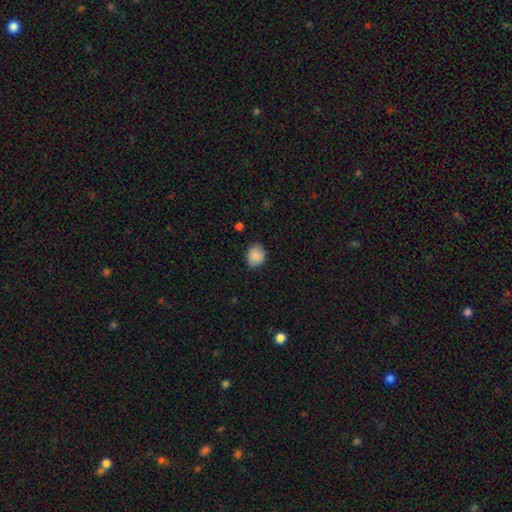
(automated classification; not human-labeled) Overall: smooth (87%). How rounded: round (57%; in between 42%). Merging: none (81%).